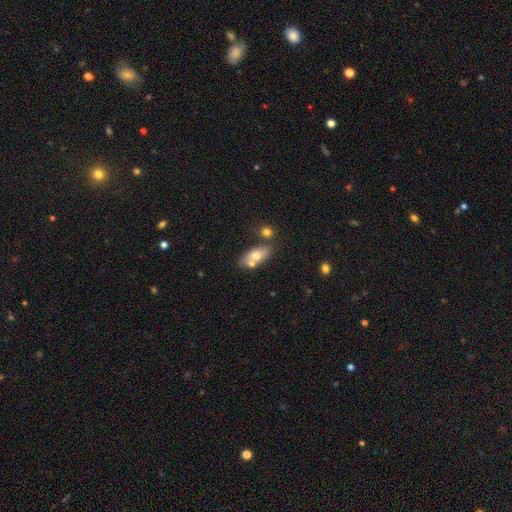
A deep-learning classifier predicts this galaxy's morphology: This is likely a smooth galaxy (66%). How rounded: clearly in between (83%). Merging: possibly none (56%).